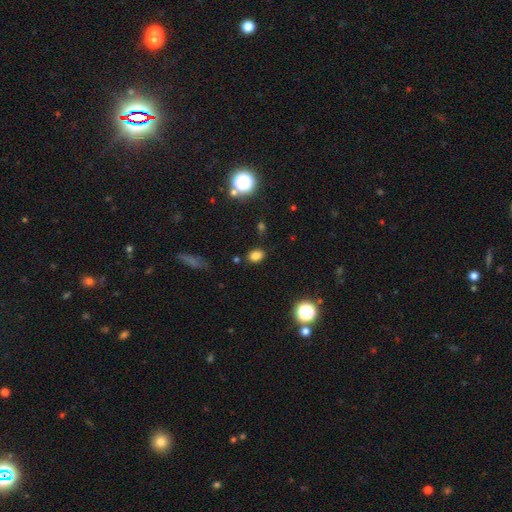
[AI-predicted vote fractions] A smooth galaxy with no disk features (78%) that is in between round and cigar-shaped (72%). Merging: none (83%).